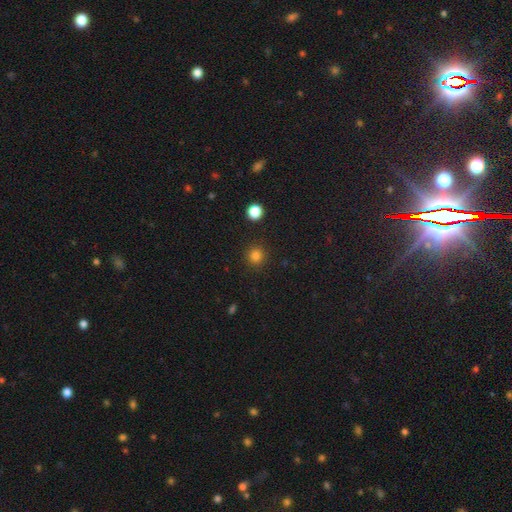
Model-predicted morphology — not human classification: type=smooth (83%); roundness=round (93%); merging=none (90%).